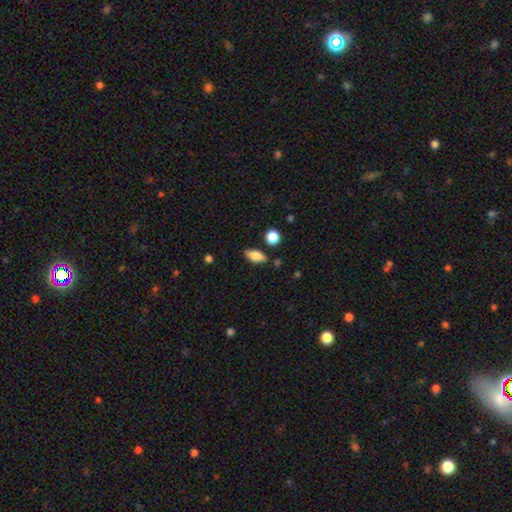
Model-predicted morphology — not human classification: Q: Smooth or featured?
A: smooth (82%); runner-up: featured or disk (10%)
Q: How rounded?
A: in between (86%); runner-up: cigar-shaped (10%)
Q: Merging?
A: none (81%); runner-up: minor disturbance (12%)